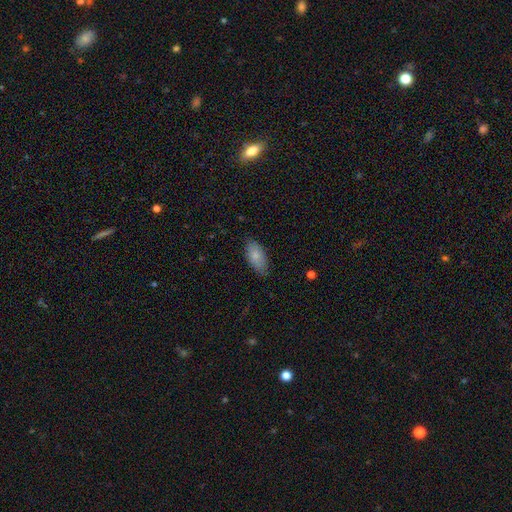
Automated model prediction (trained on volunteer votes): Q: Smooth or featured?
A: smooth (81%); runner-up: featured or disk (13%)
Q: How rounded?
A: in between (92%); runner-up: cigar-shaped (6%)
Q: Merging?
A: none (79%); runner-up: minor disturbance (17%)